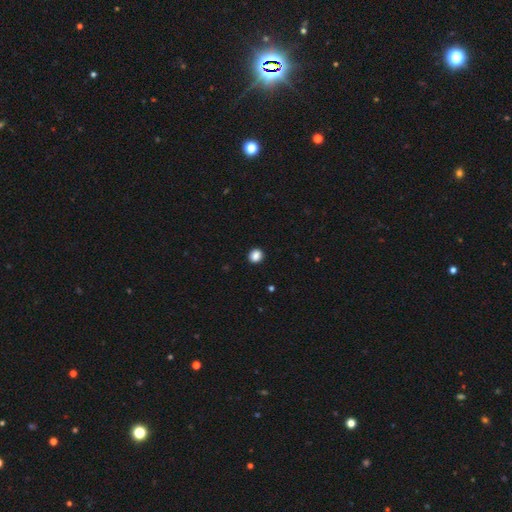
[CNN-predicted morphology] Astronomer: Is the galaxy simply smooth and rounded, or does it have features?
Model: smooth — 88%.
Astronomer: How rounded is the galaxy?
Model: round — 79%.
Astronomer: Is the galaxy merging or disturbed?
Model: none — 92%.